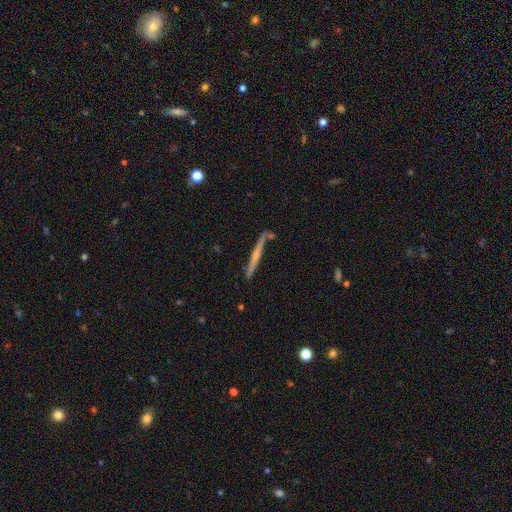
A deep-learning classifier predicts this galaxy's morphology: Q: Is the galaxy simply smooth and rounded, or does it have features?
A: featured or disk — 56%.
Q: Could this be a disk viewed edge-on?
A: yes — 97%.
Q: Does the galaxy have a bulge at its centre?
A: none — 60%.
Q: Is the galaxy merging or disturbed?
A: none — 82%.